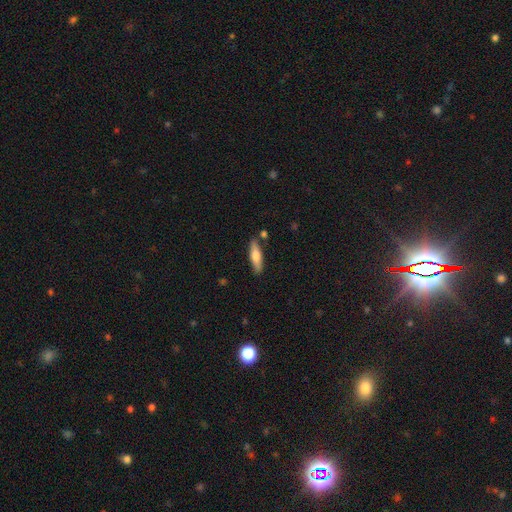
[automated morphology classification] smooth 64%, featured or disk 30%, star or artifact 6%. Down the decision tree: how rounded — cigar-shaped (67%); merging — none (82%).